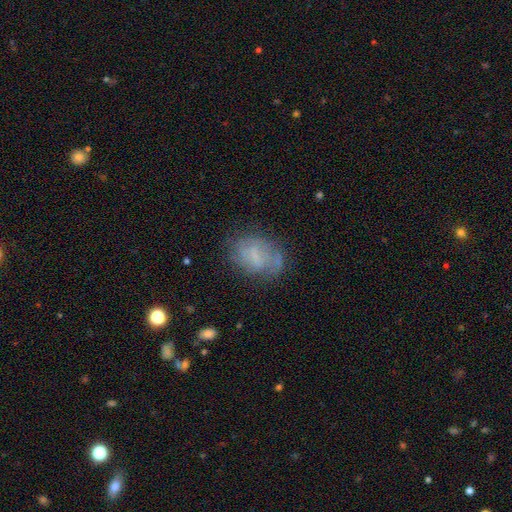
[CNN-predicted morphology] type=featured or disk (45%, tied with smooth); merging=none (59%).